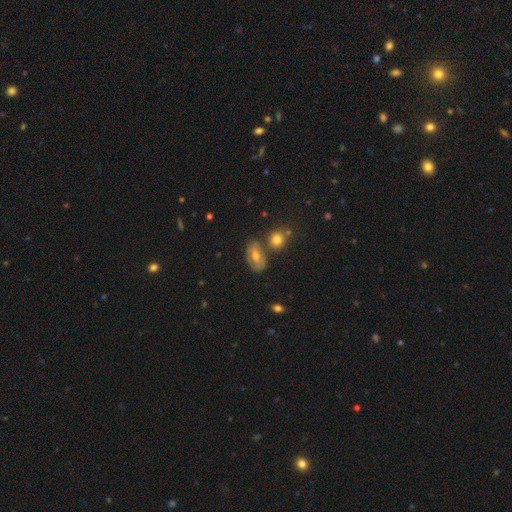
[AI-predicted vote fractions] smooth 45% (tied), featured or disk 45% (tied), star or artifact 11%. Down the decision tree: merging — none (61%).